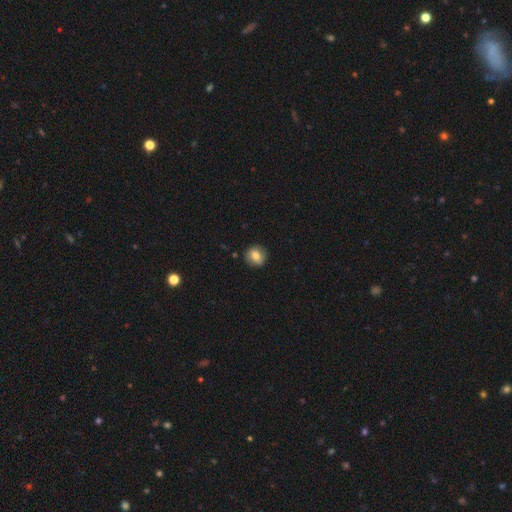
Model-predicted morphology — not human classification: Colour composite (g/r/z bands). It shows a smooth galaxy with no disk features (73%) that is round (87%). Merging: none (87%).